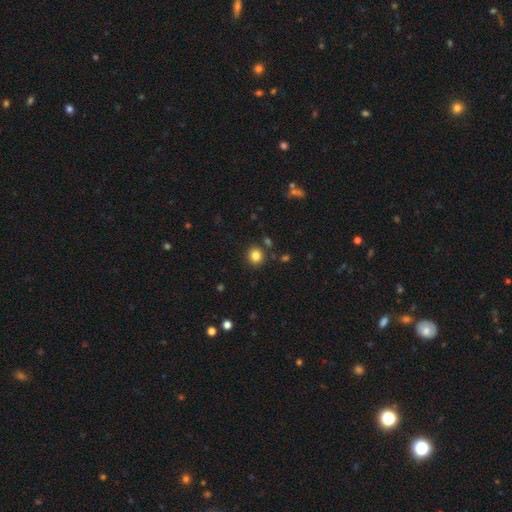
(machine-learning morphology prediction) A smooth galaxy with no disk features (84%) that is round (82%). Merging: none (86%).